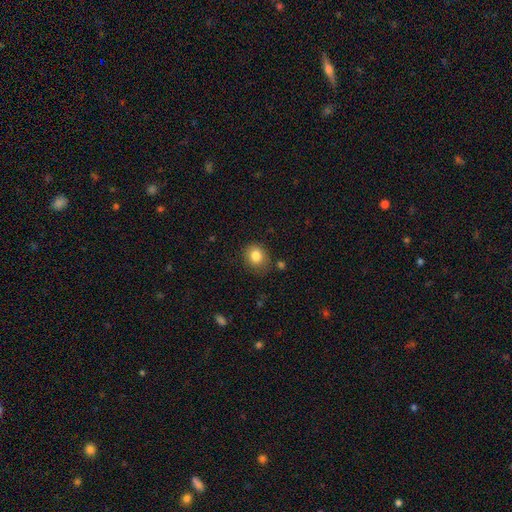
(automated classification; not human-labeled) Smooth or featured? Predicted: smooth (p=0.82). How rounded? Predicted: round (p=0.69). Merging? Predicted: none (p=0.78).